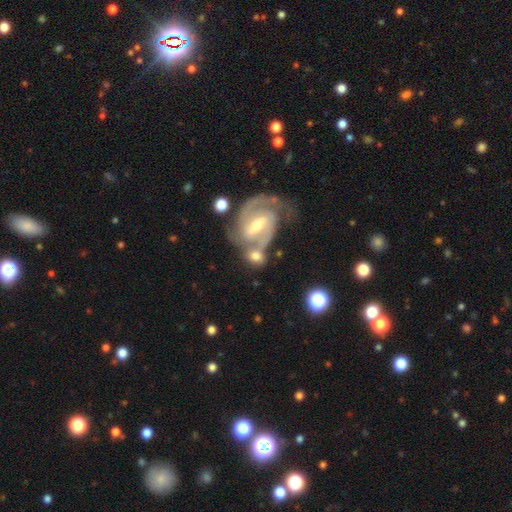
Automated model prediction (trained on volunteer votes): featured or disk 67%, smooth 26%, star or artifact 7%. Down the decision tree: edge-on disk — no (95%); bar — weak (45%); spiral arms — yes (90%); spiral arm count — 2 (78%); spiral winding — medium (50%); bulge size — moderate (60%); merging — none (45%).